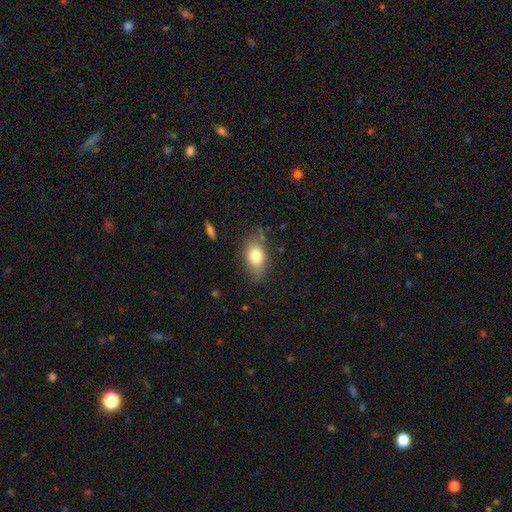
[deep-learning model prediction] A smooth galaxy with no disk features (77%) that is in between round and cigar-shaped (86%).

Vote fractions:
- Smooth or featured? smooth: 77% / featured or disk: 15% / star or artifact: 8%
- How rounded? in between: 86% / round: 10% / cigar-shaped: 4%
- Merging? none: 71% / minor disturbance: 21% / major disturbance: 5% / merger: 2%